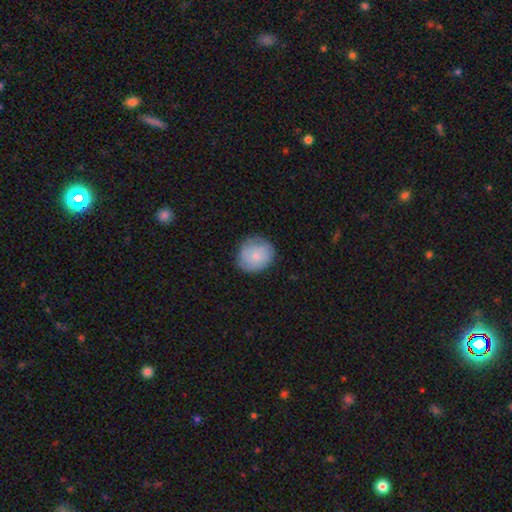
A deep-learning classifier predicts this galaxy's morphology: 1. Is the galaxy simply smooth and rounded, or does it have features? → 73% smooth, 21% featured or disk, 7% star or artifact.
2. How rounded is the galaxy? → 81% round, 18% in between, 1% cigar-shaped.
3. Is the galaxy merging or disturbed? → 78% none, 17% minor disturbance, 4% major disturbance, 1% merger.